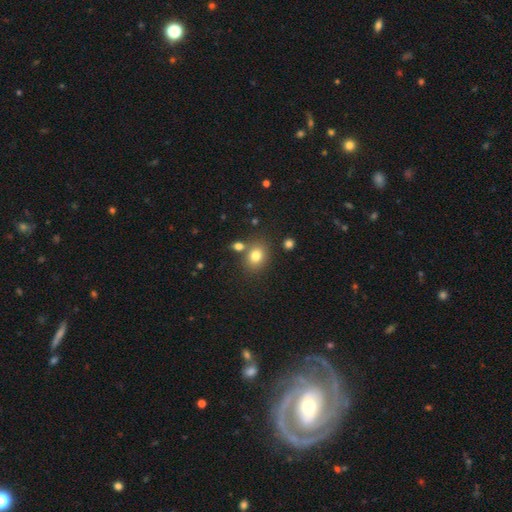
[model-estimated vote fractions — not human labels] Overall: smooth (79%). How rounded: round (50%; in between 49%). Merging: none (72%).